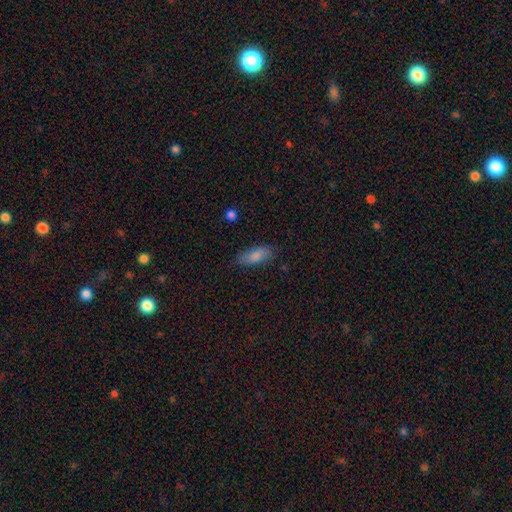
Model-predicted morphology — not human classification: Smooth or featured?
  - smooth: 84% *
  - featured or disk: 9%
  - star or artifact: 7%
How rounded?
  - in between: 80% *
  - cigar-shaped: 18%
  - round: 2%
Merging?
  - none: 79% *
  - minor disturbance: 16%
  - major disturbance: 4%
  - merger: 1%